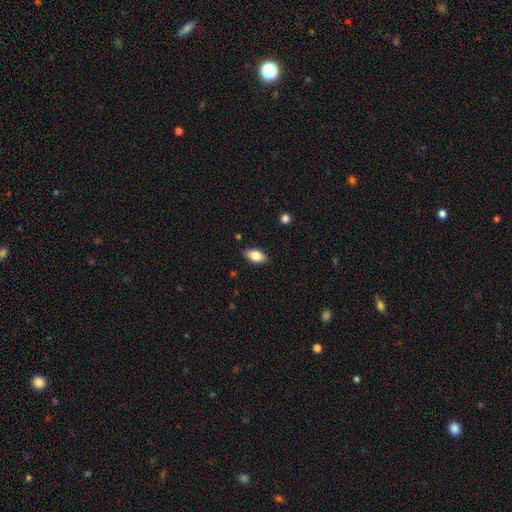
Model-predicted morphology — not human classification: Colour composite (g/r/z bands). It shows a smooth galaxy with no disk features (80%) that is in between round and cigar-shaped (90%). Merging: none (86%).